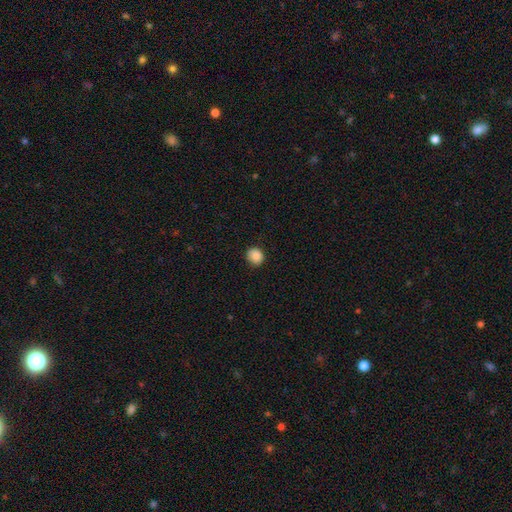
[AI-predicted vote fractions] A smooth galaxy with no disk features (87%) that is round (76%).

Vote fractions:
- Smooth or featured? smooth: 87% / star or artifact: 9% / featured or disk: 4%
- How rounded? round: 76% / in between: 23% / cigar-shaped: 1%
- Merging? none: 82% / minor disturbance: 14% / major disturbance: 2% / merger: 1%